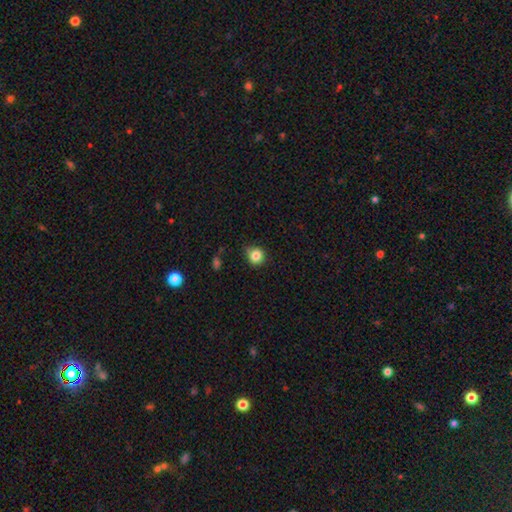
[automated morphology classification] smooth 83%, star or artifact 11%, featured or disk 5%. Down the decision tree: how rounded — round (90%); merging — none (78%).